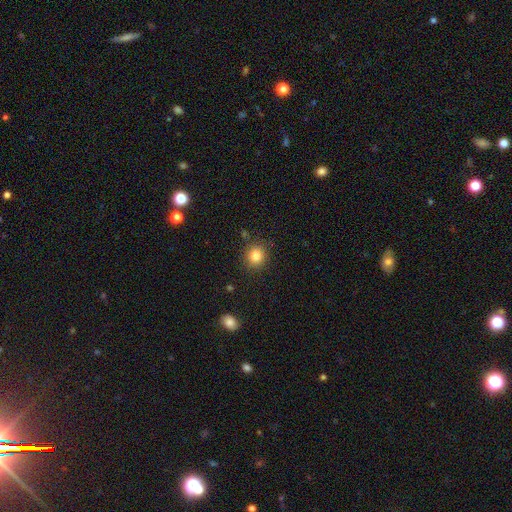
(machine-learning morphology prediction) Smooth or featured? Predicted: smooth (p=0.83). How rounded? Predicted: round (p=0.87). Merging? Predicted: none (p=0.87).